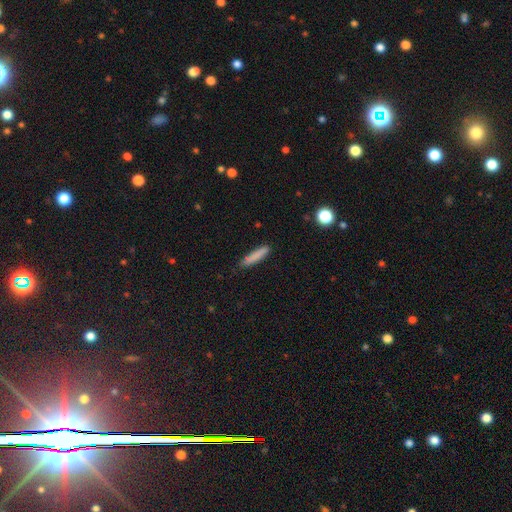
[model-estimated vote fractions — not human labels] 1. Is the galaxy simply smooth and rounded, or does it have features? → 84% smooth, 9% featured or disk, 7% star or artifact.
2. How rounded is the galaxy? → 88% cigar-shaped, 11% in between, 1% round.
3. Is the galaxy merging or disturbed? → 82% none, 14% minor disturbance, 2% major disturbance, 2% merger.